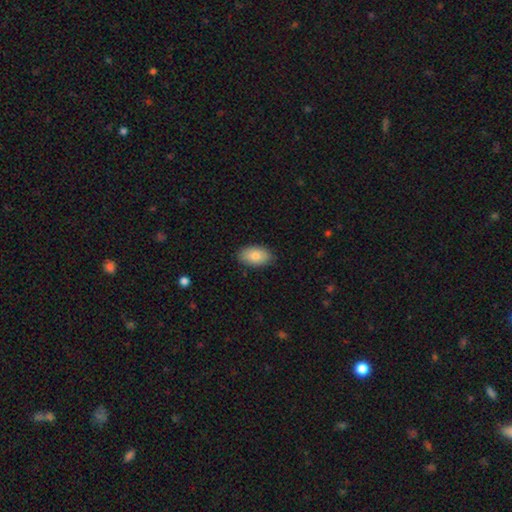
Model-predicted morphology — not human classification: This is clearly a smooth galaxy (84%). How rounded: clearly in between (93%). Merging: clearly none (86%).